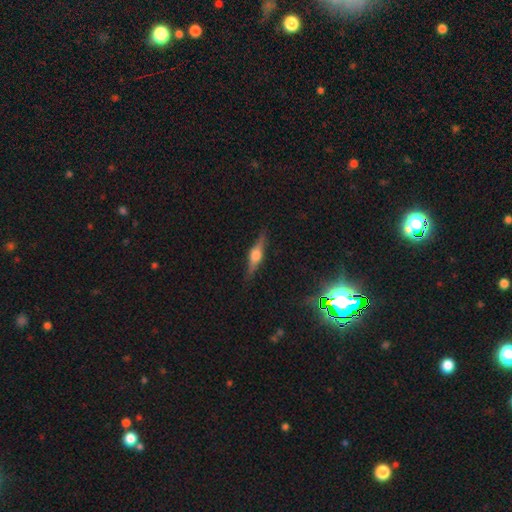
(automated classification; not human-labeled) Smooth or featured?
  - featured or disk: 71% *
  - smooth: 22%
  - star or artifact: 8%
Edge-on disk?
  - yes: 97% *
  - no: 3%
Edge-on bulge?
  - rounded: 92% *
  - boxy: 6%
  - none: 2%
Merging?
  - none: 88% *
  - minor disturbance: 8%
  - major disturbance: 2%
  - merger: 1%